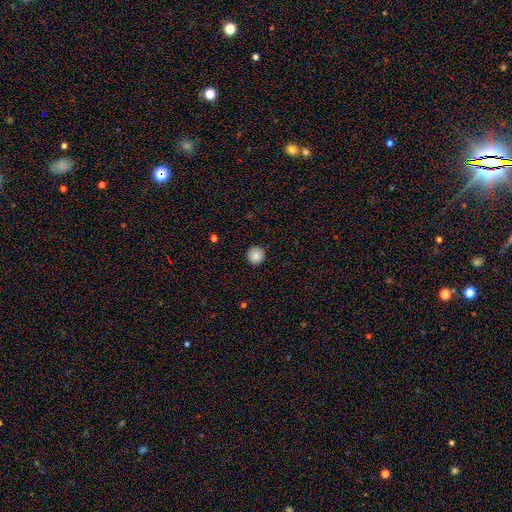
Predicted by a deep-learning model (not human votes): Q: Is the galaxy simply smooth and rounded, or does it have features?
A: smooth — 87%.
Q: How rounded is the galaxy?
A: round — 95%.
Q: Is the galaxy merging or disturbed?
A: none — 91%.